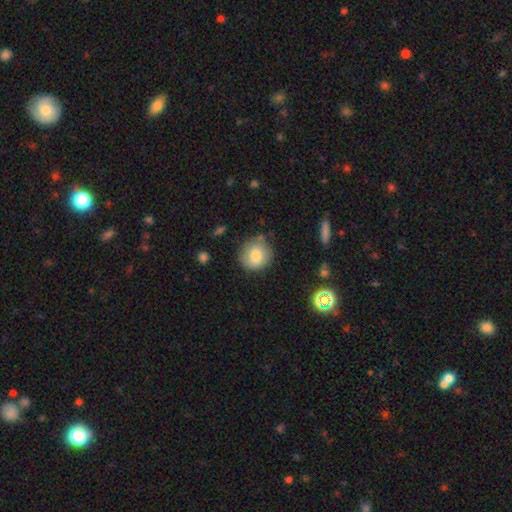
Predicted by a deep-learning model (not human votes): smooth 79%, featured or disk 12%, star or artifact 8%. Down the decision tree: how rounded — round (87%); merging — none (76%).